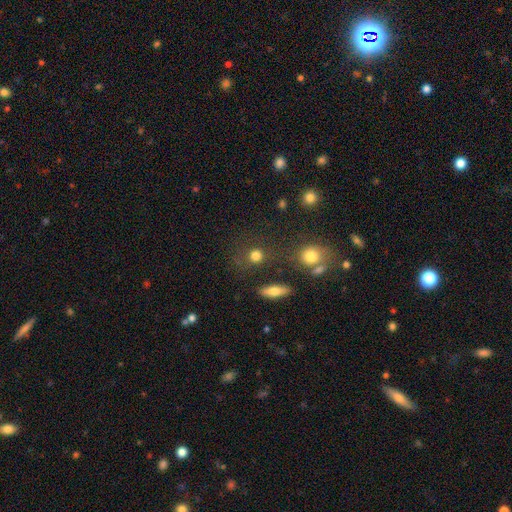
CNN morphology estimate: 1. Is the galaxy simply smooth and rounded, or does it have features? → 80% smooth, 12% star or artifact, 8% featured or disk.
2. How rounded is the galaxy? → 84% round, 13% in between, 2% cigar-shaped.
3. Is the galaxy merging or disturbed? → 72% none, 12% minor disturbance, 9% merger, 7% major disturbance.